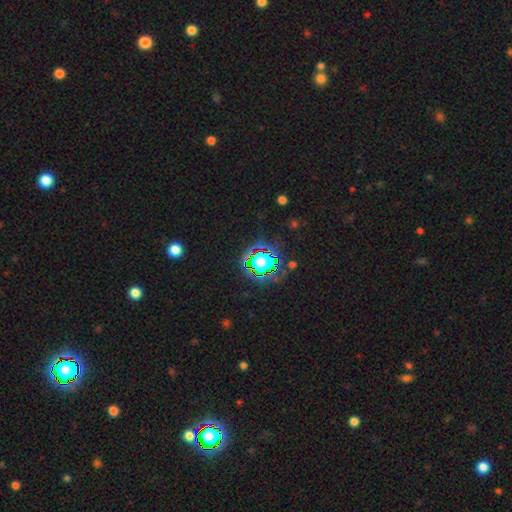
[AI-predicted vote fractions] Smooth or featured? Predicted: star or artifact (p=0.59).